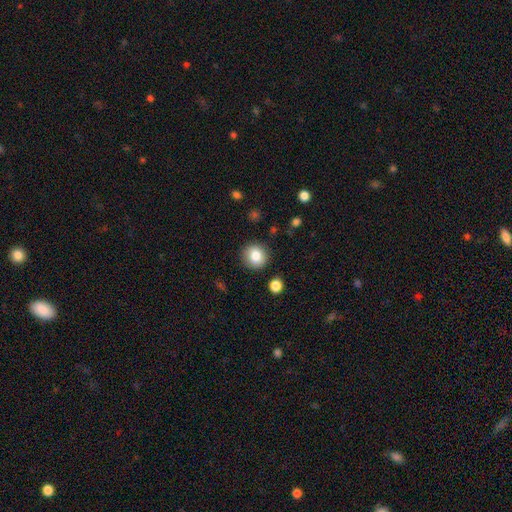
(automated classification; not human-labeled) smooth 83%, star or artifact 9%, featured or disk 8%. Down the decision tree: how rounded — round (91%); merging — none (88%).